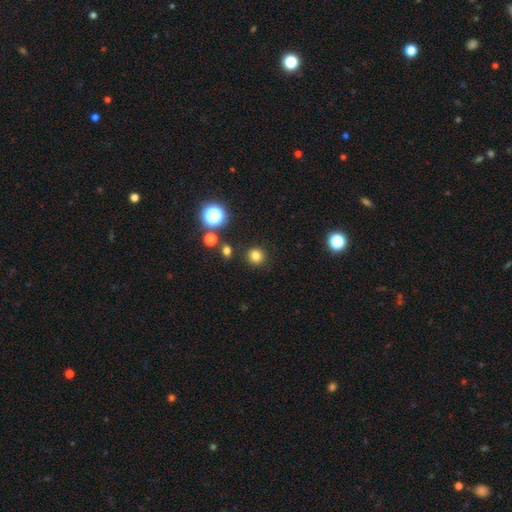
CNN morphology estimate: Smooth or featured?
  - smooth: 80% *
  - star or artifact: 15%
  - featured or disk: 5%
How rounded?
  - round: 91% *
  - in between: 8%
  - cigar-shaped: 1%
Merging?
  - none: 90% *
  - minor disturbance: 6%
  - merger: 2%
  - major disturbance: 2%